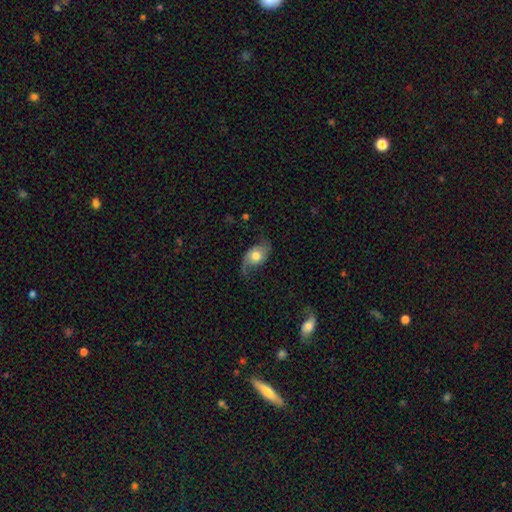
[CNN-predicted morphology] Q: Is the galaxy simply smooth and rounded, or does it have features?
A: featured or disk — 59%.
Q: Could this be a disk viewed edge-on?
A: no — 94%.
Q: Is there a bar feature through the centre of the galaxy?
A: no — 75%.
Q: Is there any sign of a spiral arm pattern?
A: yes — 87%.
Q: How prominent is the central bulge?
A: moderate — 64%.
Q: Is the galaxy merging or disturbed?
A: none — 58%.